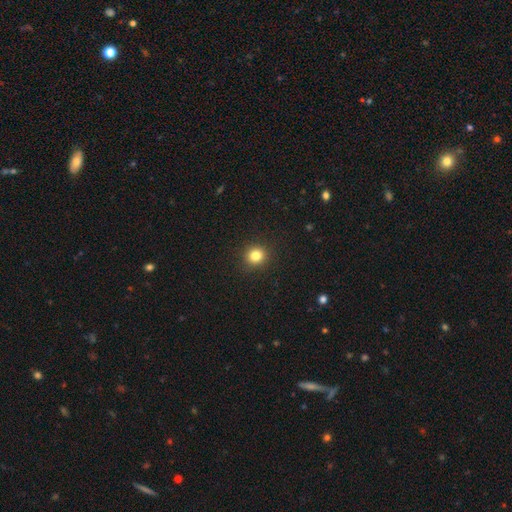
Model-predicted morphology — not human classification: Smooth or featured?
  - smooth: 83% *
  - star or artifact: 12%
  - featured or disk: 5%
How rounded?
  - round: 87% *
  - in between: 12%
  - cigar-shaped: 1%
Merging?
  - none: 92% *
  - minor disturbance: 6%
  - major disturbance: 2%
  - merger: 1%